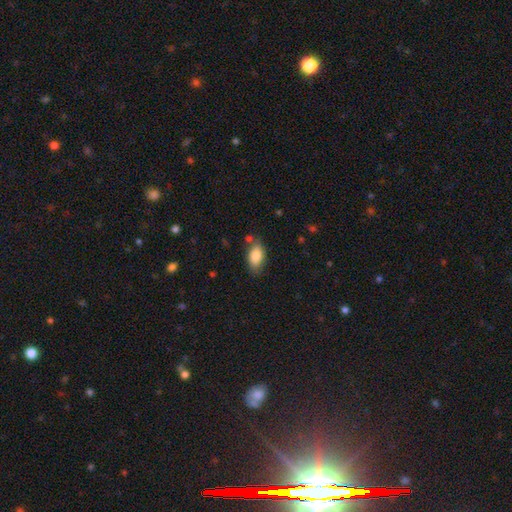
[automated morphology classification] Smooth or featured?
  - smooth: 83% *
  - featured or disk: 10%
  - star or artifact: 7%
How rounded?
  - in between: 91% *
  - round: 5%
  - cigar-shaped: 3%
Merging?
  - none: 71% *
  - minor disturbance: 19%
  - merger: 6%
  - major disturbance: 4%